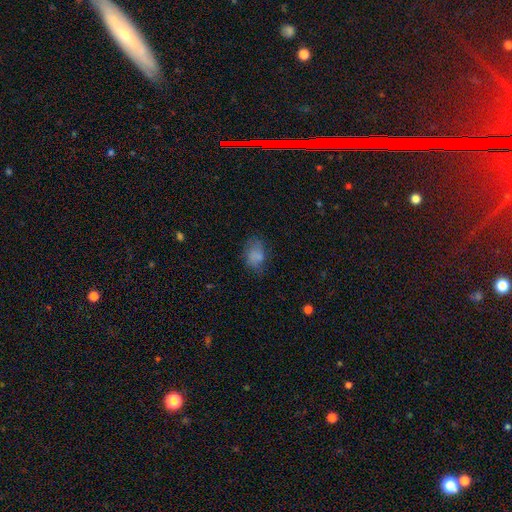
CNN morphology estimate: Smooth or featured? Predicted: smooth (p=0.77). How rounded? Predicted: in between (p=0.77). Merging? Predicted: none (p=0.58).